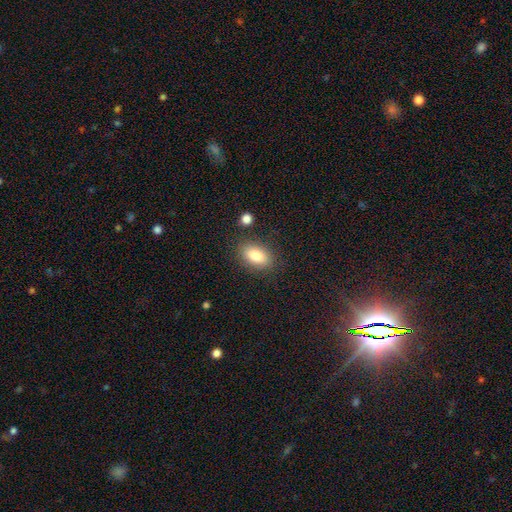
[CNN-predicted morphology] The model was most divided on "merging": none: 83%, minor disturbance: 11%, major disturbance: 3%, merger: 3%. More confident: how rounded — in between (91%); smooth or featured — smooth (85%).